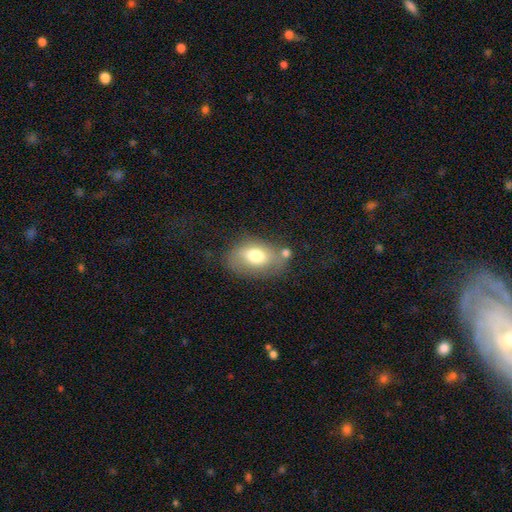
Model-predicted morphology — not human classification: This appears to be a smooth galaxy with no disk features (70%) that is in between round and cigar-shaped (85%). Merging: none (55%).